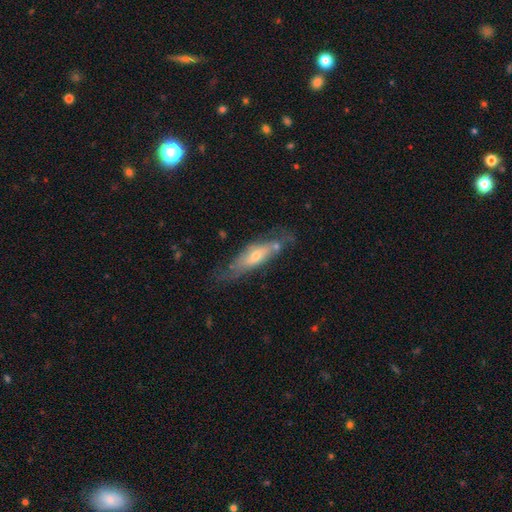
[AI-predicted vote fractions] Overall: featured or disk (55%; smooth 38%). Edge-on disk: no (53%; yes 47%). Merging: none (59%; minor disturbance 25%).